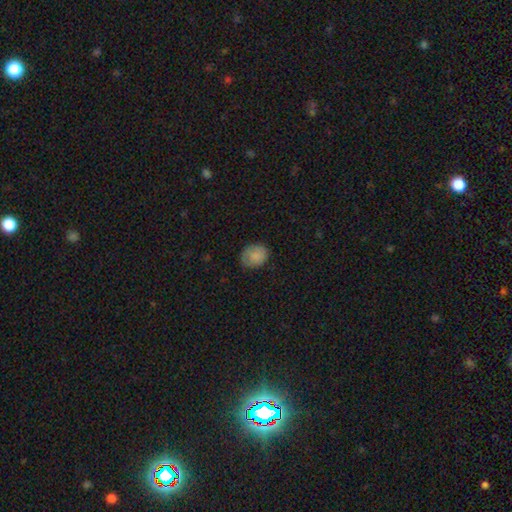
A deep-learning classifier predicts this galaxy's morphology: The model was most divided on "how rounded": round: 58%, in between: 42%, cigar-shaped: 1%. More confident: smooth or featured — smooth (85%); merging — none (77%).